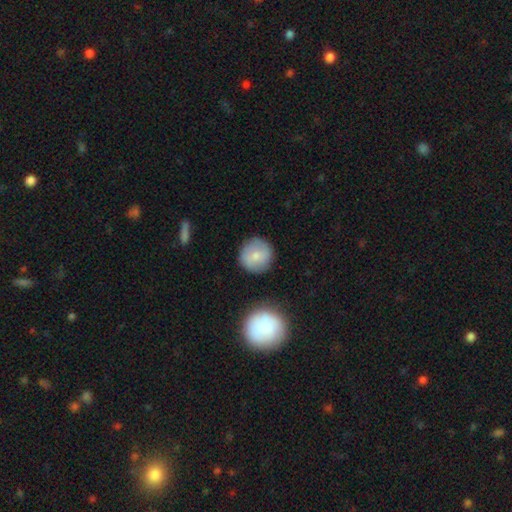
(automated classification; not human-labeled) This appears to be a smooth galaxy with no disk features (76%) that is round (94%). Merging: none (86%).